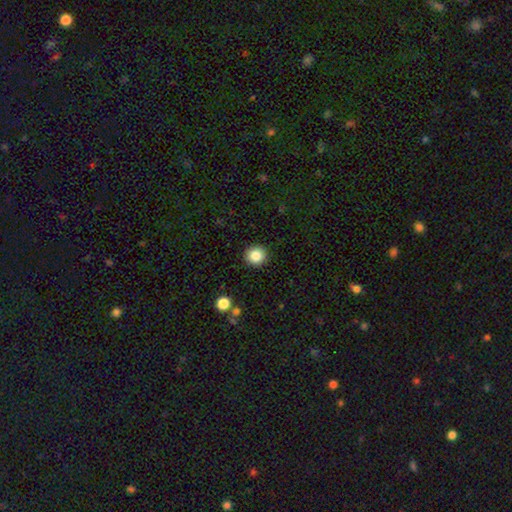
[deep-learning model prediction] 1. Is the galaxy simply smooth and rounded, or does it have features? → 85% smooth, 10% star or artifact, 5% featured or disk.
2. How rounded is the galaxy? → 93% round, 6% in between, 1% cigar-shaped.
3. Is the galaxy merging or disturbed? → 92% none, 5% minor disturbance, 2% major disturbance, 1% merger.